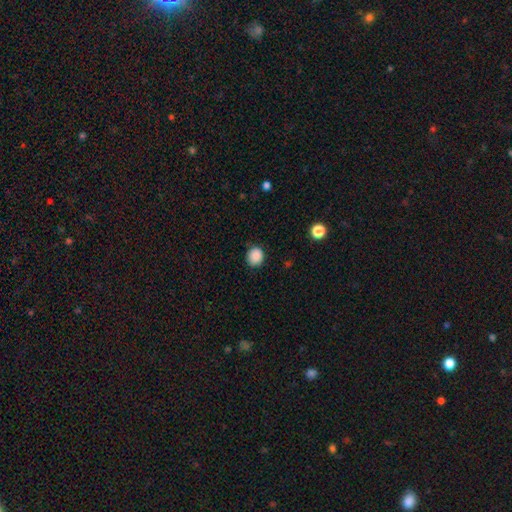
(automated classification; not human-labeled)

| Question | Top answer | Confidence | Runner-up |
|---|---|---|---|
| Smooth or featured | smooth | 88% | star or artifact (9%) |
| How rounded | round | 79% | in between (20%) |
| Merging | none | 86% | minor disturbance (11%) |